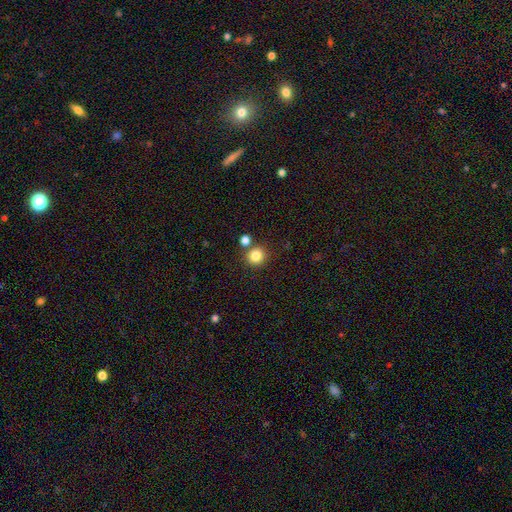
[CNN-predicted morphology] Smooth or featured: smooth — 83% (star or artifact — 11%)
How rounded: round — 91% (in between — 8%)
Merging: none — 77% (merger — 14%)